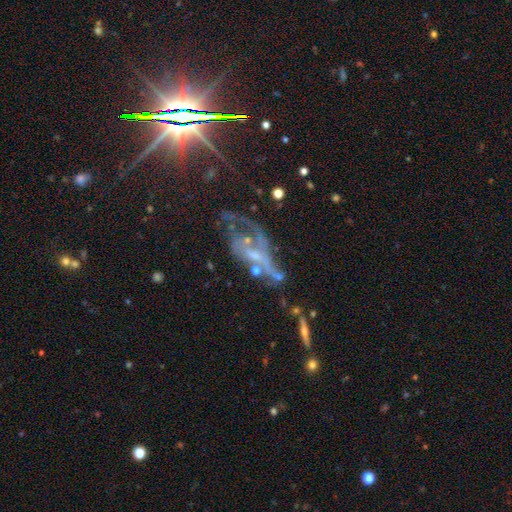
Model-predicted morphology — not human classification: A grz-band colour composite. It shows a featured or disk galaxy (64%) with no bar (66%), no spiral arms (53%) and a small central bulge (44%). Merging: major disturbance (39%).